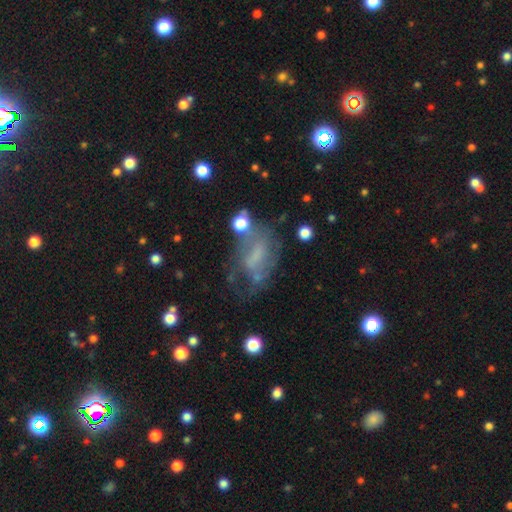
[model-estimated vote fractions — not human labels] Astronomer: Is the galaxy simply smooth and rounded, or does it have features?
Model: featured or disk — 47% (runner-up: smooth, 35%).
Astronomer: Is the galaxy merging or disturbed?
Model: none — 42% (runner-up: major disturbance, 27%).